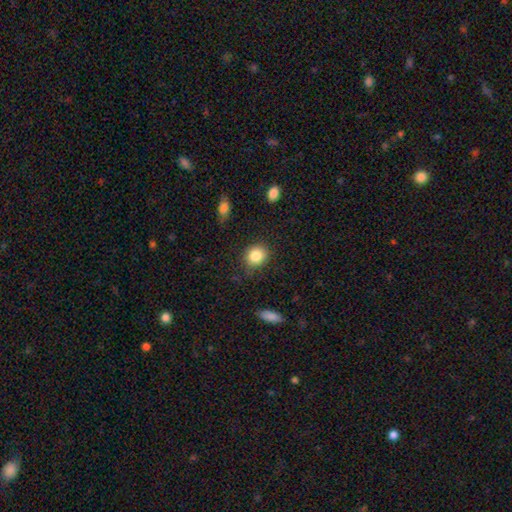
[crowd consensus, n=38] A smooth galaxy with no disk features (84%) that is round (84%). Merging: none (86%).